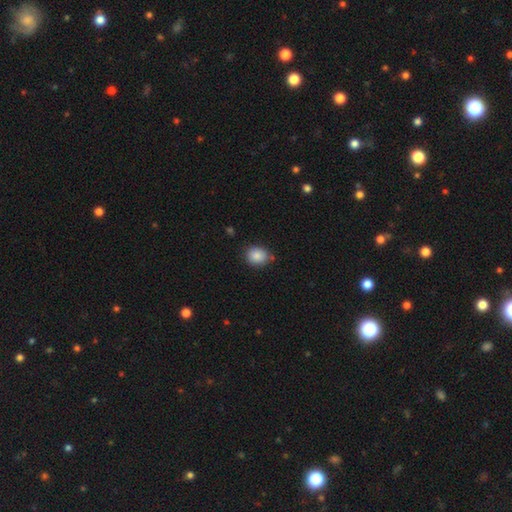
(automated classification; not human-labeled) A smooth galaxy with no disk features (87%) that is round (63%). Merging: none (80%).